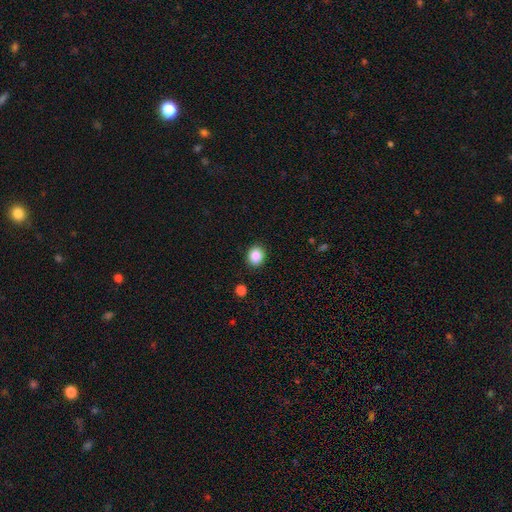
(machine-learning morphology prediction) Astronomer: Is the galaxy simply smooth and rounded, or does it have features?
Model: smooth — 87%.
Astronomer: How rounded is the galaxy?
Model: round — 72%.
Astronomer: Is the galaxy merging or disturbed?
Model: none — 89%.